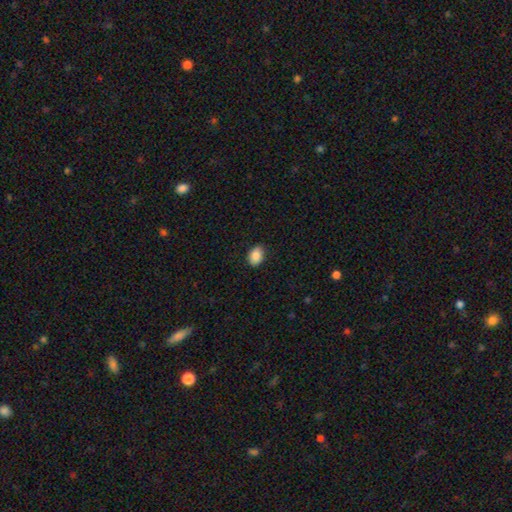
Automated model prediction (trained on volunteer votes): smooth_or_featured: smooth (p=0.86) [alt: star or artifact p=0.08]
how_rounded: in between (p=0.79) [alt: round p=0.19]
merging: none (p=0.86) [alt: minor disturbance p=0.11]